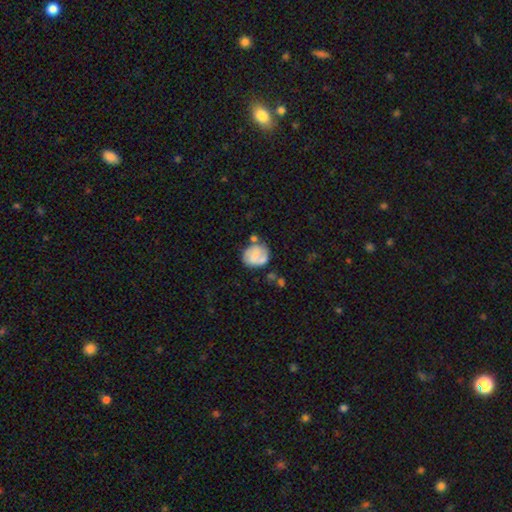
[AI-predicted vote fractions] Smooth or featured? featured or disk (56%)
Edge-on disk? no (98%)
Bar? no (45%)
Spiral arms? yes (85%)
Bulge size? small (46%)
Merging? none (58%)